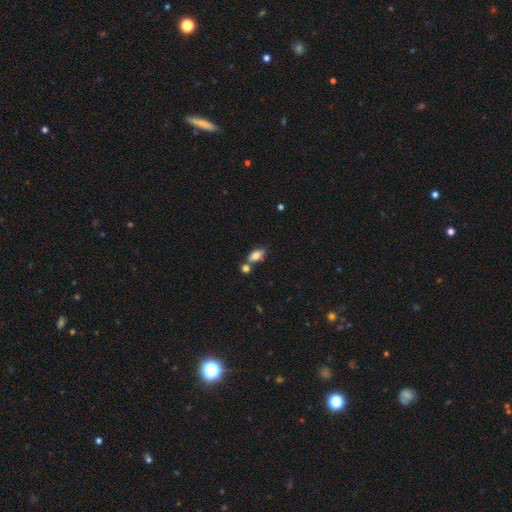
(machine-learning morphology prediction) Smooth or featured? Predicted: smooth (p=0.80). How rounded? Predicted: in between (p=0.87). Merging? Predicted: none (p=0.57).